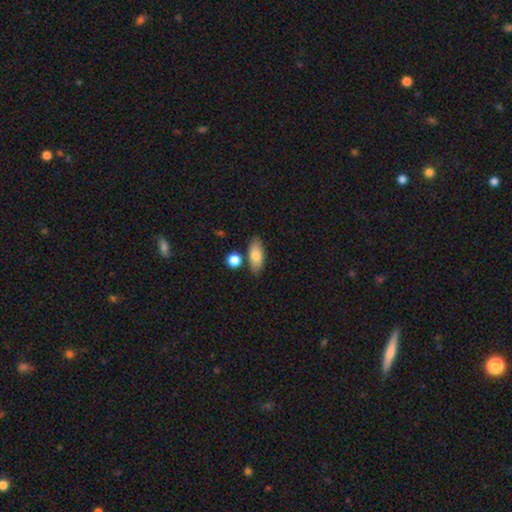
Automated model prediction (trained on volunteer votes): Overall: smooth (80%). How rounded: in between (82%). Merging: none (75%).